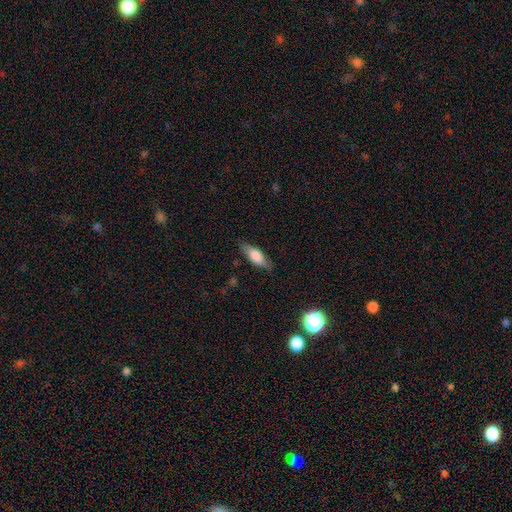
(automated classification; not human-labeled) Smooth or featured: smooth — 72% (featured or disk — 21%)
How rounded: in between — 67% (cigar-shaped — 30%)
Merging: none — 78% (minor disturbance — 17%)